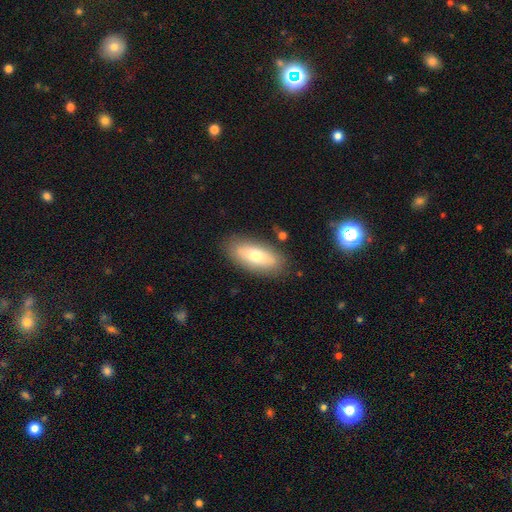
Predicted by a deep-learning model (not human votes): smooth 67%, featured or disk 26%, star or artifact 7%. Down the decision tree: how rounded — in between (83%); merging — none (82%).